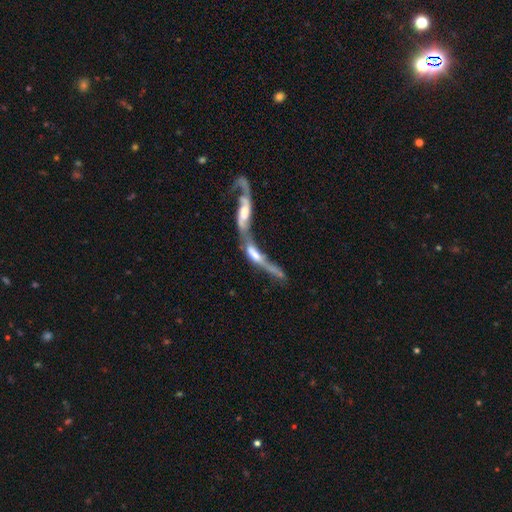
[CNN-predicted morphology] Smooth or featured? featured or disk (61%)
Edge-on disk? no (53%)
Merging? merger (82%)